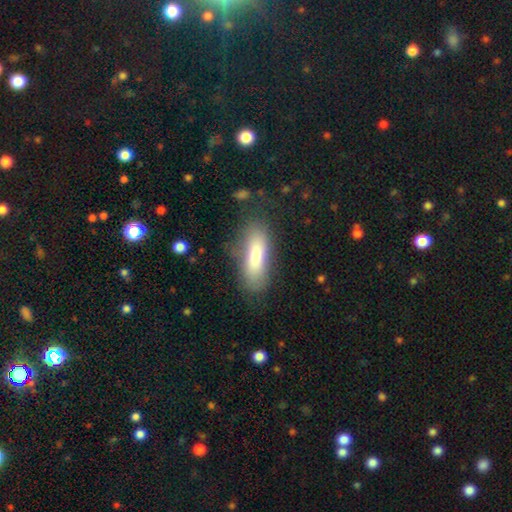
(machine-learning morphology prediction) smooth_or_featured: smooth (p=0.68) [alt: featured or disk p=0.21]
how_rounded: in between (p=0.58) [alt: cigar-shaped p=0.40]
merging: none (p=0.77) [alt: minor disturbance p=0.15]